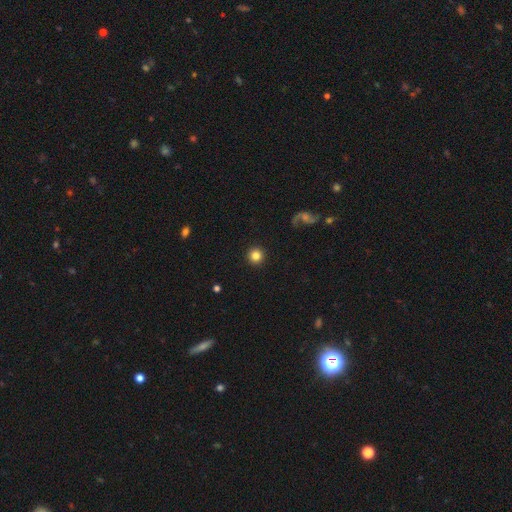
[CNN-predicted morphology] The model was most divided on "smooth or featured": smooth: 82%, star or artifact: 10%, featured or disk: 8%. More confident: how rounded — round (96%); merging — none (93%).